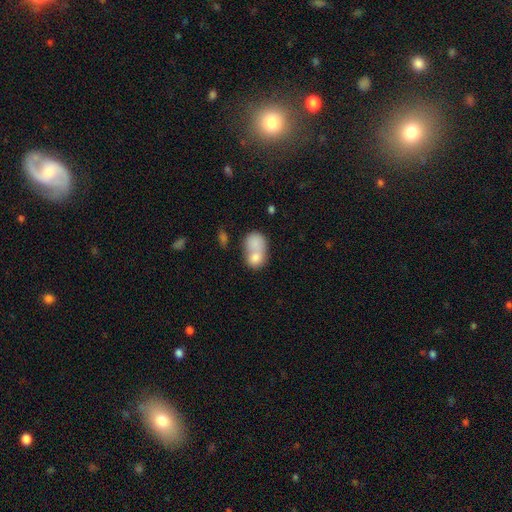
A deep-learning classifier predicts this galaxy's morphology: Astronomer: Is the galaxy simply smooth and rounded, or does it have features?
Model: smooth — 78%.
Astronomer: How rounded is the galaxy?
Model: in between — 60% (runner-up: round, 38%).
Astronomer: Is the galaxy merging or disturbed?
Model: merger — 70%.